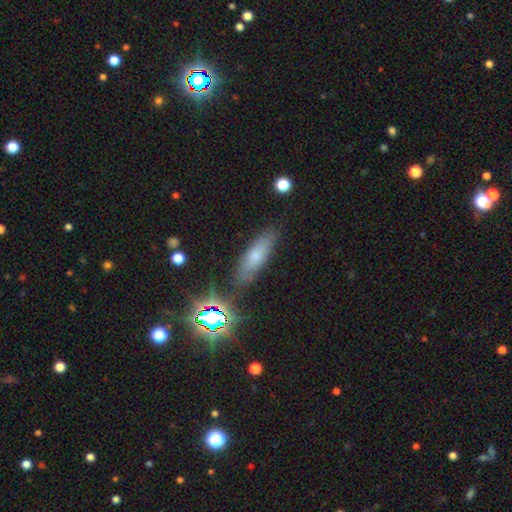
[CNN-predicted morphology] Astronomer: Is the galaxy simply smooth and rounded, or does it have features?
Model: smooth — 64%.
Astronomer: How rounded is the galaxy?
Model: cigar-shaped — 54% (runner-up: in between, 42%).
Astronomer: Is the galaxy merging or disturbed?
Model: none — 81%.